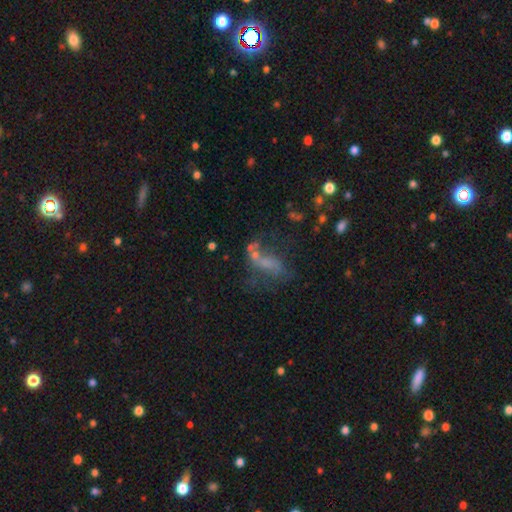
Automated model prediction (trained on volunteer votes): A featured or disk galaxy (43%).

Vote fractions:
- Smooth or featured? featured or disk: 43% / star or artifact: 32% / smooth: 25%
- Merging? none: 44% / major disturbance: 26% / minor disturbance: 19% / merger: 11%